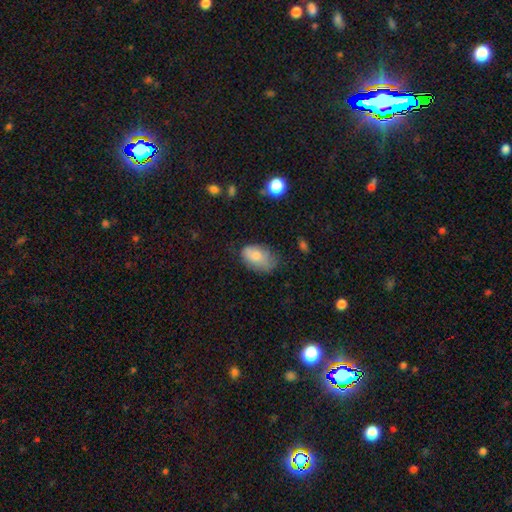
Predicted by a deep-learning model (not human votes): A smooth galaxy with no disk features (79%) that is in between round and cigar-shaped (91%).

Vote fractions:
- Smooth or featured? smooth: 79% / featured or disk: 13% / star or artifact: 8%
- How rounded? in between: 91% / round: 8% / cigar-shaped: 1%
- Merging? none: 53% / minor disturbance: 34% / major disturbance: 11% / merger: 2%